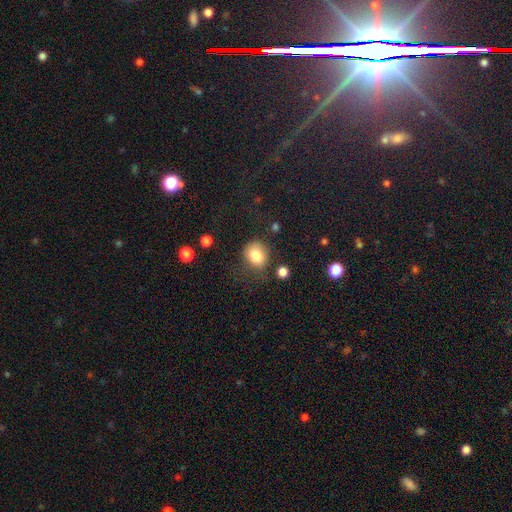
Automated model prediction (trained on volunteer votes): smooth 81%, star or artifact 10%, featured or disk 9%. Down the decision tree: how rounded — round (66%); merging — none (62%).